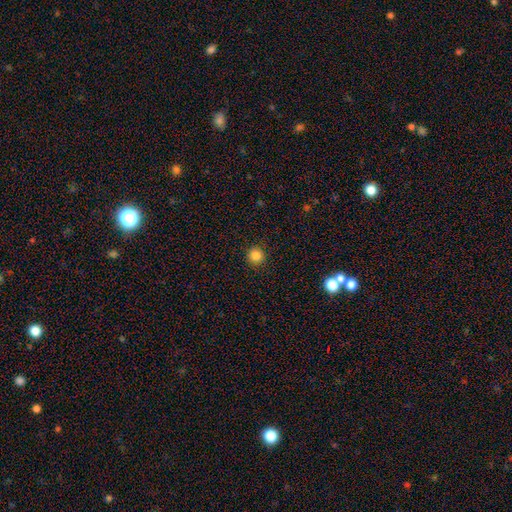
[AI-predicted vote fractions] A smooth galaxy with no disk features (84%) that is round (95%). Merging: none (92%).